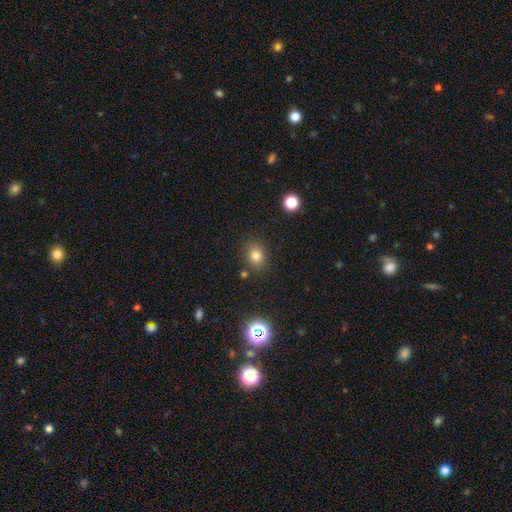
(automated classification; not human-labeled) The model was most divided on "how rounded": round: 66%, in between: 33%, cigar-shaped: 1%. More confident: merging — none (83%); smooth or featured — smooth (79%).